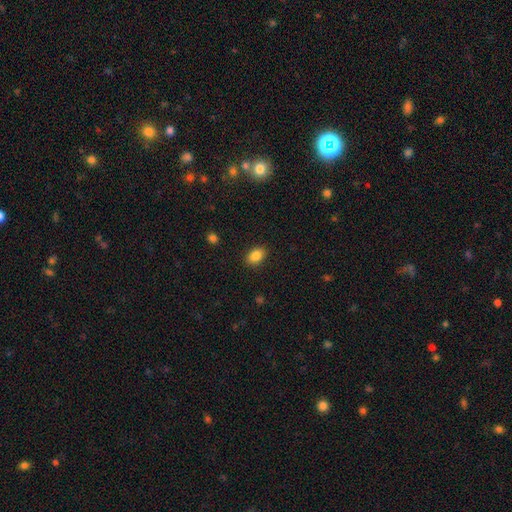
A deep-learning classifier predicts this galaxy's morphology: smooth-or-featured: smooth: 86% | star or artifact: 9% | featured or disk: 5%
  how-rounded: in between: 80% | round: 19% | cigar-shaped: 1%
  merging: none: 87% | minor disturbance: 9% | major disturbance: 3% | merger: 1%